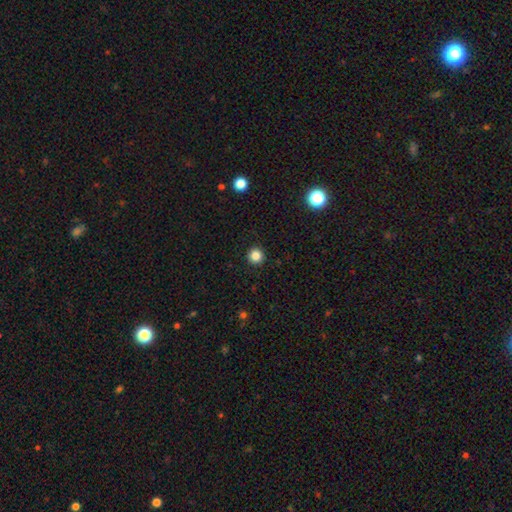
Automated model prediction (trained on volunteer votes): Smooth or featured: smooth — 85% (star or artifact — 11%)
How rounded: round — 95% (in between — 4%)
Merging: none — 93% (minor disturbance — 4%)